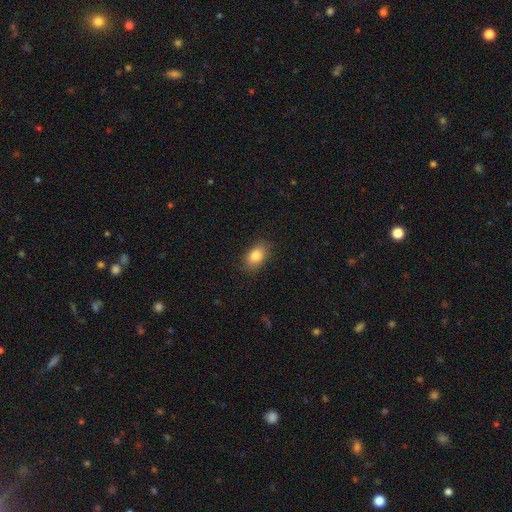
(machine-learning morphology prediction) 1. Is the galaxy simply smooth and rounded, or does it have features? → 83% smooth, 9% star or artifact, 8% featured or disk.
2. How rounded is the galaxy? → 85% in between, 13% round, 2% cigar-shaped.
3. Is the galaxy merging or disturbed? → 86% none, 10% minor disturbance, 3% major disturbance, 1% merger.